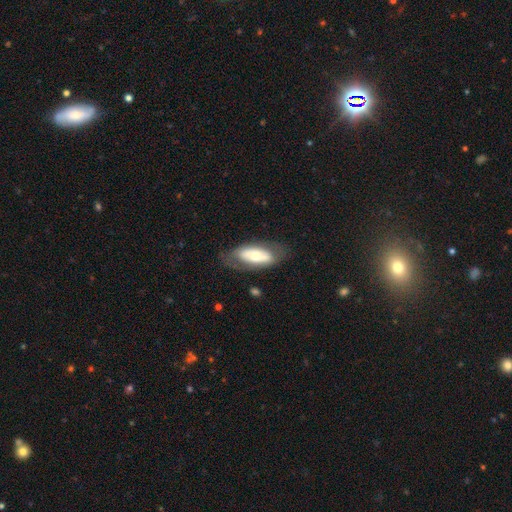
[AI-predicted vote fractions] Smooth or featured? Predicted: smooth (p=0.49). Merging? Predicted: none (p=0.70).